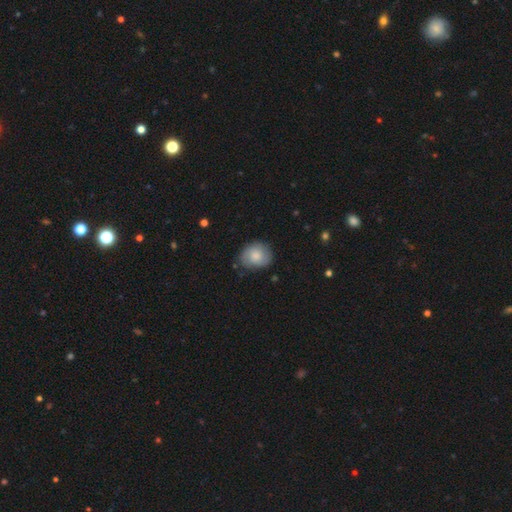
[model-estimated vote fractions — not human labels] Smooth or featured: smooth — 66% (featured or disk — 27%)
How rounded: round — 61% (in between — 38%)
Merging: none — 73% (minor disturbance — 21%)